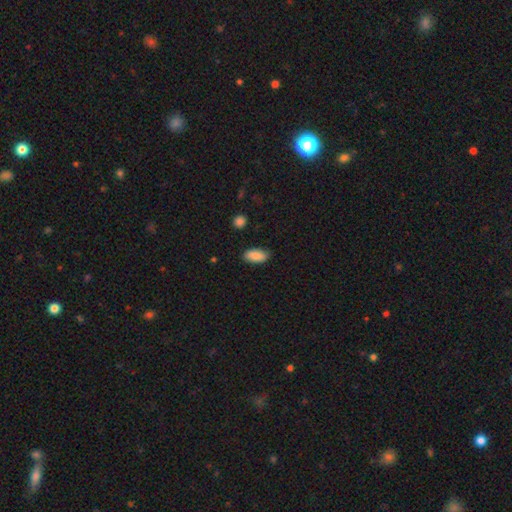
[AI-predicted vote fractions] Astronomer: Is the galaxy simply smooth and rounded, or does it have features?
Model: smooth — 87%.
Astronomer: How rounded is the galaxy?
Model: in between — 91%.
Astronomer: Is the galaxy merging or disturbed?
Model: none — 83%.